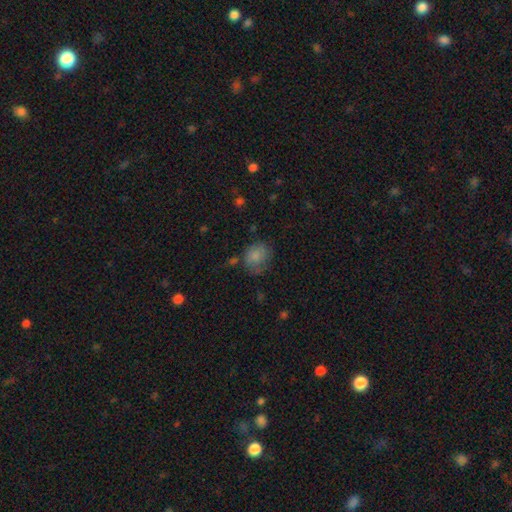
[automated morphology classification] smooth 79%, featured or disk 11%, star or artifact 9%. Down the decision tree: how rounded — round (59%); merging — none (56%).